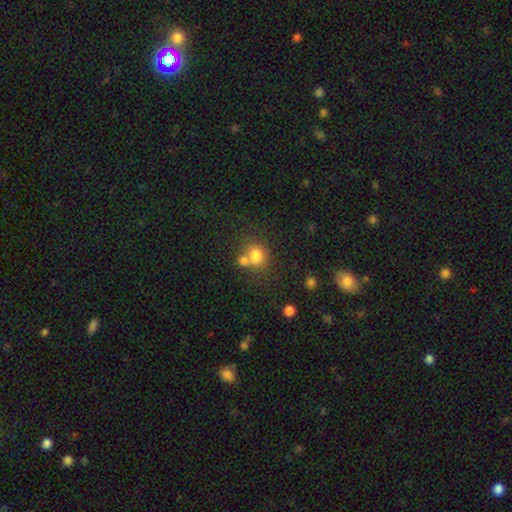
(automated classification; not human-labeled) Smooth or featured? smooth (77%)
How rounded? round (60%)
Merging? merger (43%)